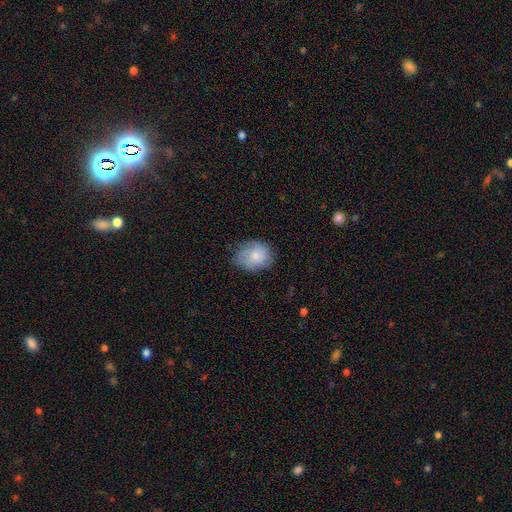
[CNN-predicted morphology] This appears to be a smooth galaxy with no disk features (76%) that is round (50%). Merging: none (65%).